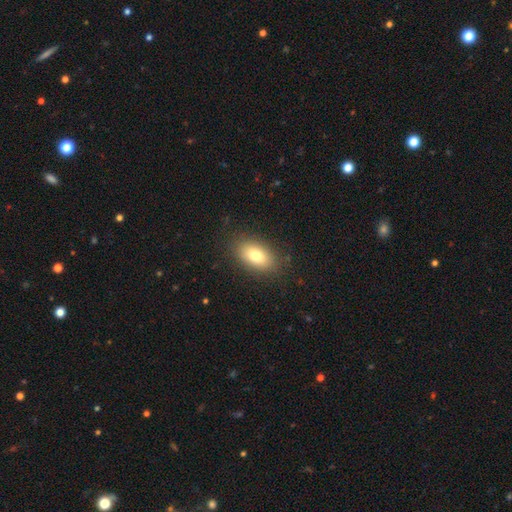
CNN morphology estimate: Overall: smooth (78%). How rounded: in between (89%). Merging: none (85%).